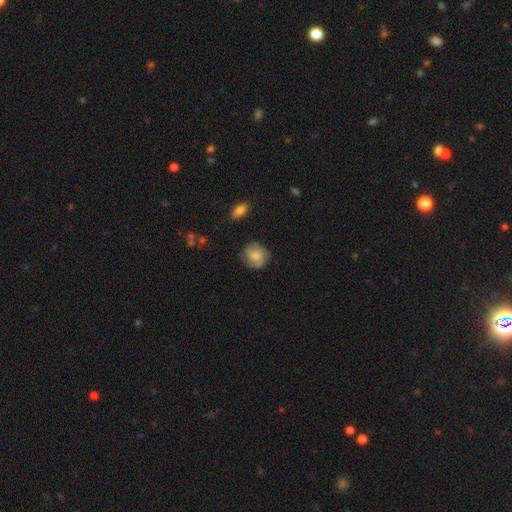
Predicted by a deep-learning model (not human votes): This appears to be a smooth galaxy with no disk features (63%) that is round (77%). Merging: none (75%).